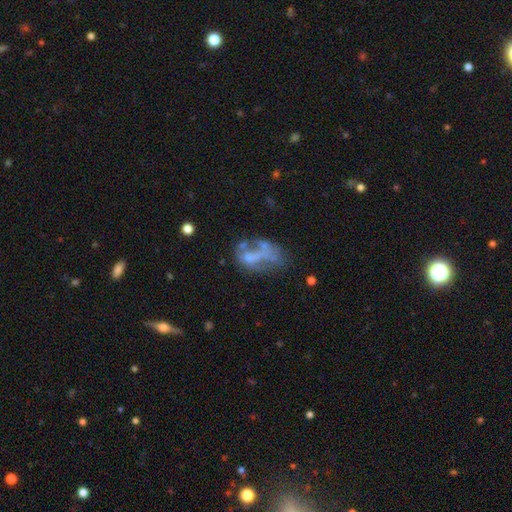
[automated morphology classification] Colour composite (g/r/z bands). It shows a featured or disk galaxy (52%). Merging: major disturbance (31%).